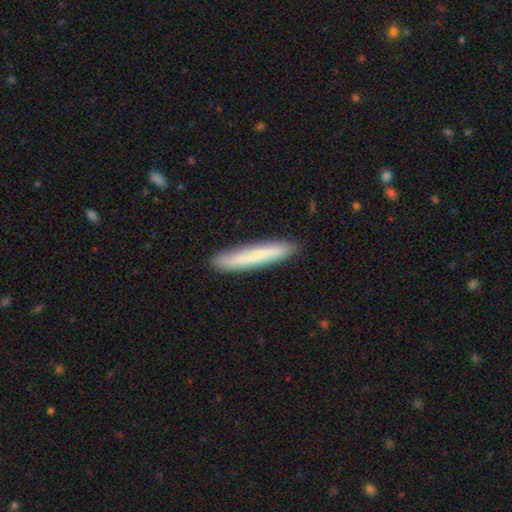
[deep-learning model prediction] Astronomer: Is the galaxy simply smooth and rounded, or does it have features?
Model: smooth — 69%.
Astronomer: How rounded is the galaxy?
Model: cigar-shaped — 94%.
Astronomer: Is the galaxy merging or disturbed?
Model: none — 89%.